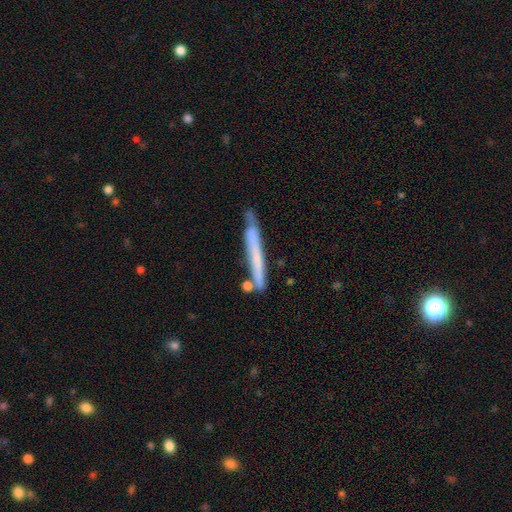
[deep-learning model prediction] A smooth galaxy with no disk features (53%) that is cigar-shaped (96%). Merging: none (71%).